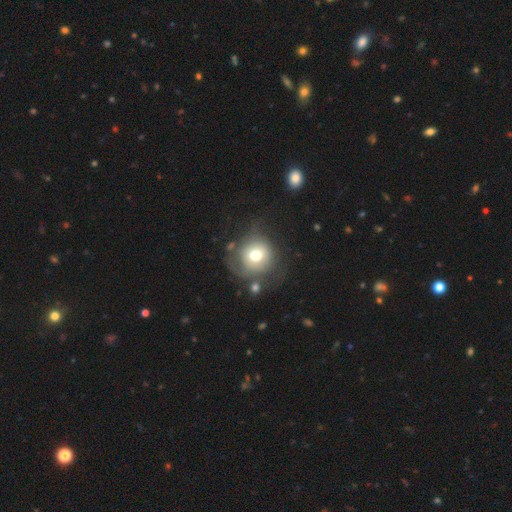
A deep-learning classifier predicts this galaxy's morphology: Smooth or featured?
  - smooth: 62% *
  - featured or disk: 28%
  - star or artifact: 10%
How rounded?
  - round: 88% *
  - in between: 11%
  - cigar-shaped: 1%
Merging?
  - none: 52% *
  - minor disturbance: 22%
  - major disturbance: 20%
  - merger: 7%